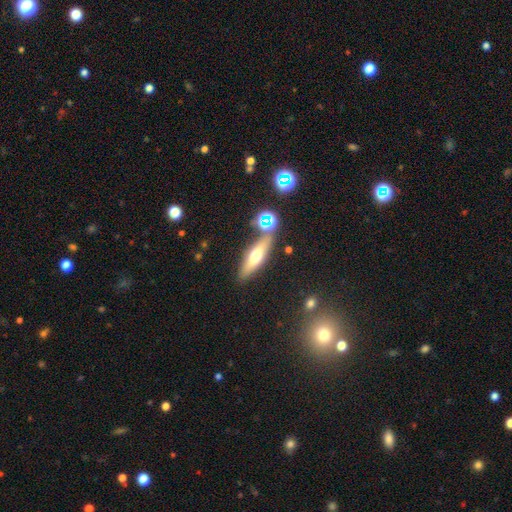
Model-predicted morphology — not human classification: type=smooth (48%); merging=none (78%).